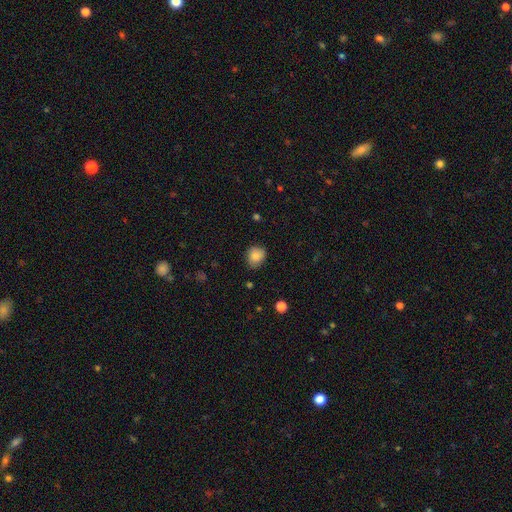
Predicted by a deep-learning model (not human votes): This appears to be a smooth galaxy with no disk features (83%) that is round (72%). Merging: none (74%).